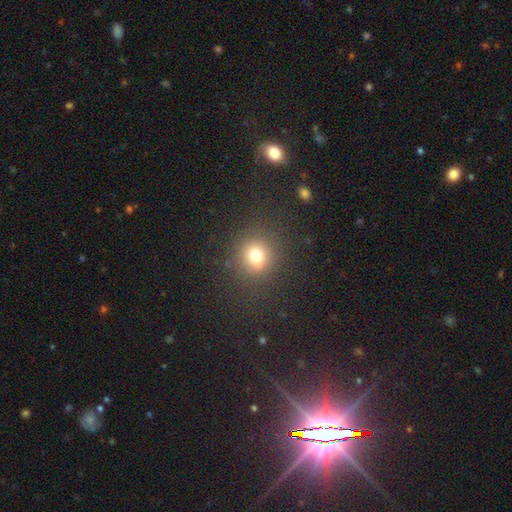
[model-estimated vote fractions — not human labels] Q: Smooth or featured?
A: smooth (75%); runner-up: star or artifact (17%)
Q: How rounded?
A: round (87%); runner-up: in between (12%)
Q: Merging?
A: none (85%); runner-up: minor disturbance (8%)